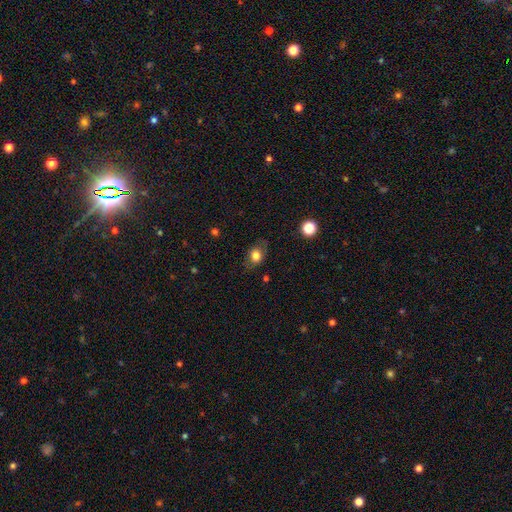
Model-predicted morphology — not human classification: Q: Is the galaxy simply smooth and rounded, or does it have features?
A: smooth — 76%.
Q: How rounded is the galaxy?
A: in between — 65%.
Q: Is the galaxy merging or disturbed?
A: none — 76%.